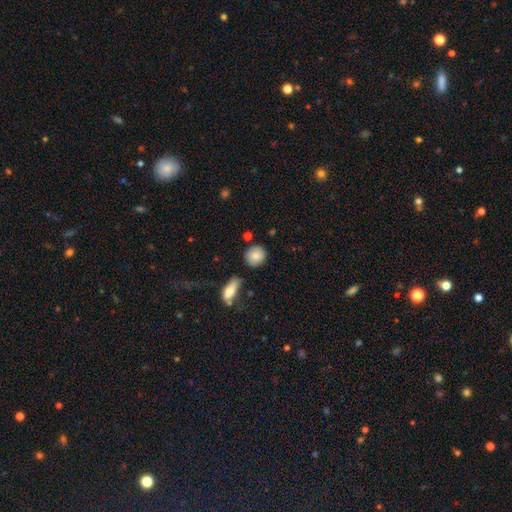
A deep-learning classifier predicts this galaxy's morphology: Smooth or featured? Predicted: smooth (p=0.82). How rounded? Predicted: round (p=0.79). Merging? Predicted: none (p=0.77).